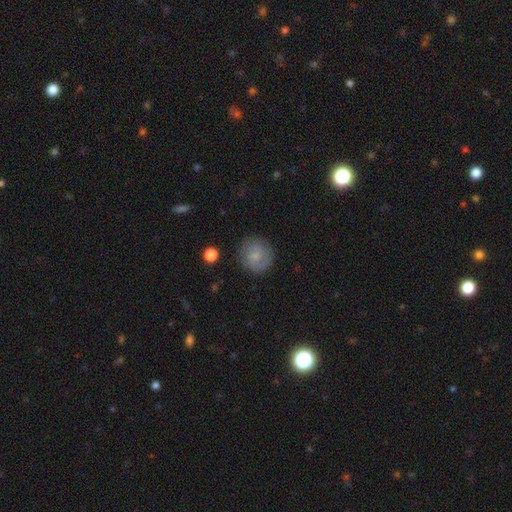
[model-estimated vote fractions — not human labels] Smooth or featured? smooth (72%)
How rounded? round (92%)
Merging? none (85%)